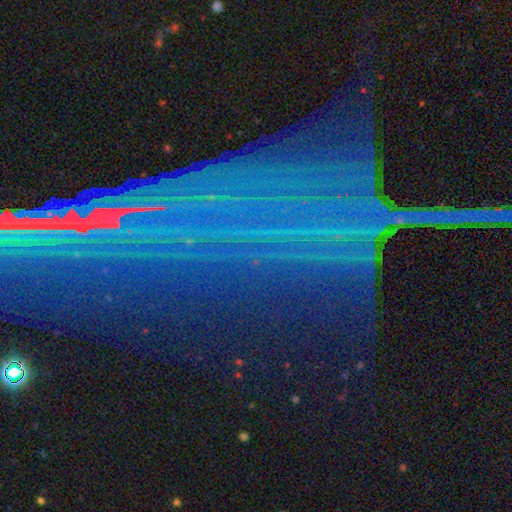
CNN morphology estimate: A star or artifact, not a galaxy (83%).